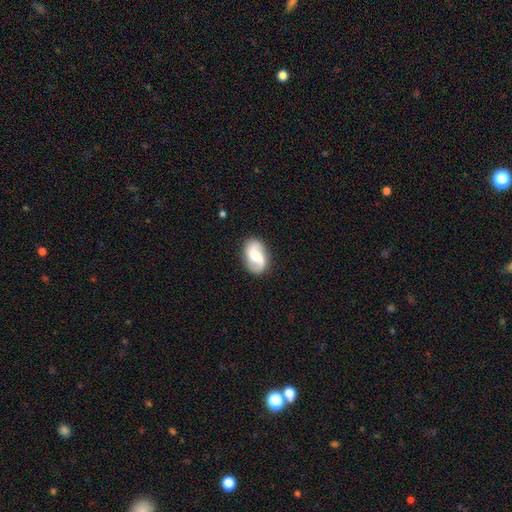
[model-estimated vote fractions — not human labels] The model was most divided on "bar": no: 45%, weak: 43%, strong: 12%. Remaining: edge-on disk — no (97%); spiral arms — yes (94%); spiral arm count — 2 (88%); merging — none (80%); smooth or featured — featured or disk (69%); spiral winding — loose (48%); bulge size — moderate (36%).